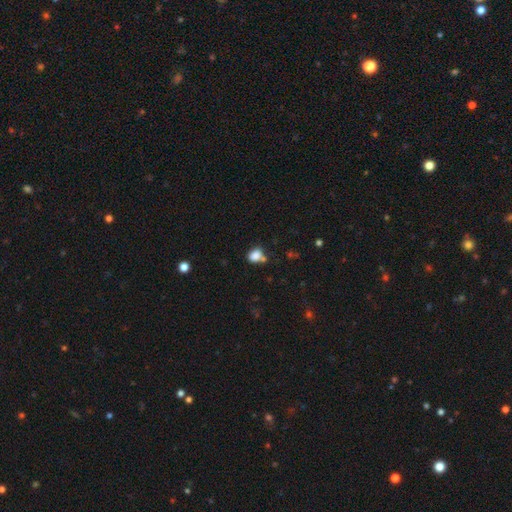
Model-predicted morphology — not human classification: Q: Smooth or featured?
A: smooth (84%); runner-up: star or artifact (11%)
Q: How rounded?
A: in between (55%); runner-up: round (44%)
Q: Merging?
A: none (54%); runner-up: merger (21%)